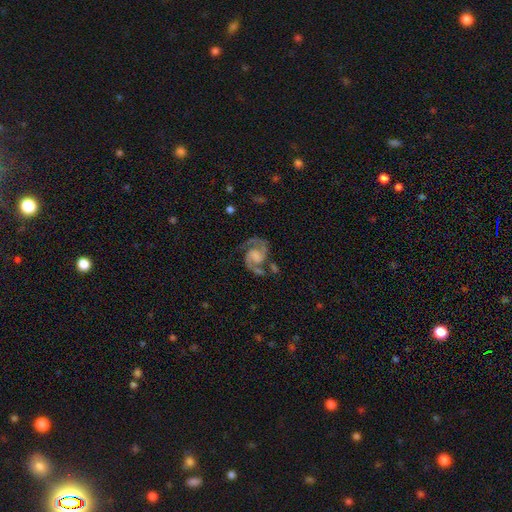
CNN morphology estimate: featured or disk 91%, star or artifact 5%, smooth 4%. Down the decision tree: edge-on disk — no (98%); bar — no (50%); spiral arms — yes (98%); spiral arm count — 2 (94%); spiral winding — medium (61%); bulge size — none (38%); merging — none (68%).